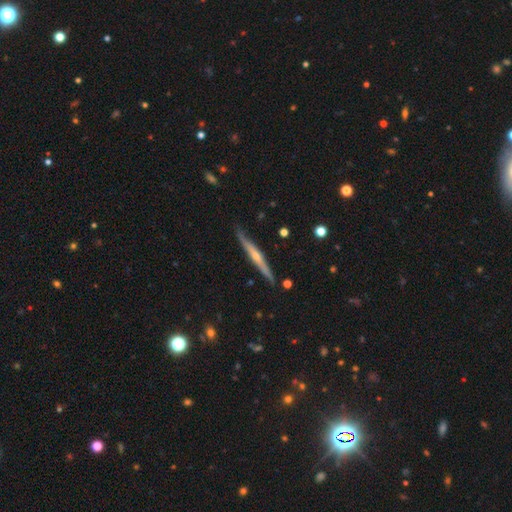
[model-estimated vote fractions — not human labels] Smooth or featured? featured or disk (73%)
Edge-on disk? yes (97%)
Edge-on bulge? rounded (77%)
Merging? none (87%)